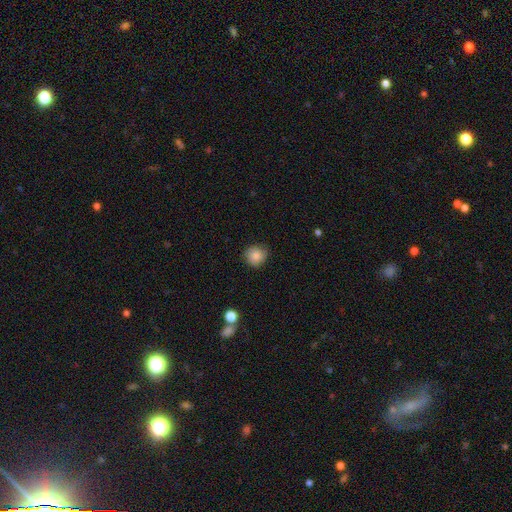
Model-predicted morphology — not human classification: Smooth or featured?
  - smooth: 84% *
  - star or artifact: 9%
  - featured or disk: 7%
How rounded?
  - round: 88% *
  - in between: 11%
  - cigar-shaped: 1%
Merging?
  - none: 81% *
  - minor disturbance: 15%
  - major disturbance: 3%
  - merger: 1%